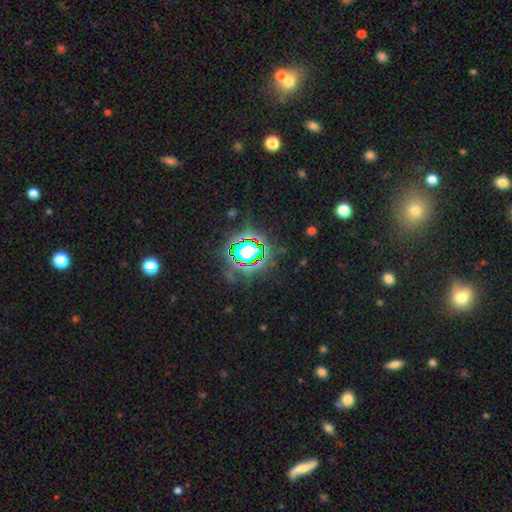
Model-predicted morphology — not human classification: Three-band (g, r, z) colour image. It shows a star or artifact, not a galaxy (79%).